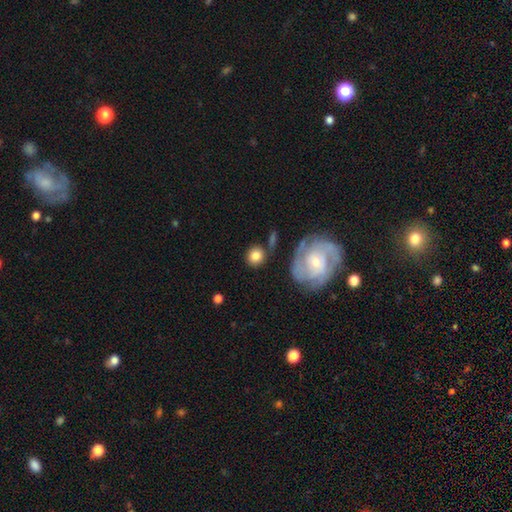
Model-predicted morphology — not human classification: Smooth or featured?
  - smooth: 77% *
  - featured or disk: 16%
  - star or artifact: 7%
How rounded?
  - round: 84% *
  - in between: 14%
  - cigar-shaped: 1%
Merging?
  - none: 77% *
  - minor disturbance: 11%
  - merger: 7%
  - major disturbance: 5%